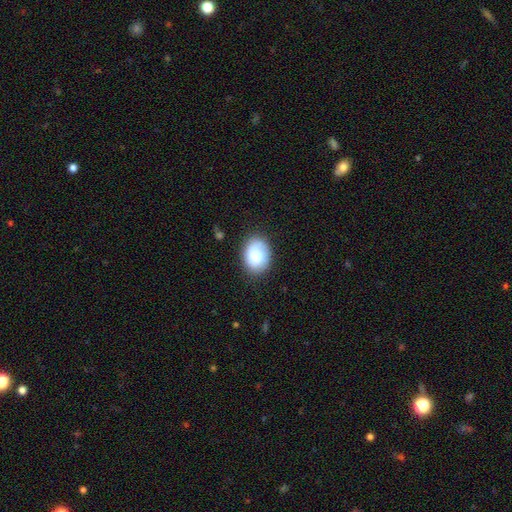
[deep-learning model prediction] Smooth or featured? Predicted: smooth (p=0.74). How rounded? Predicted: in between (p=0.68). Merging? Predicted: none (p=0.76).